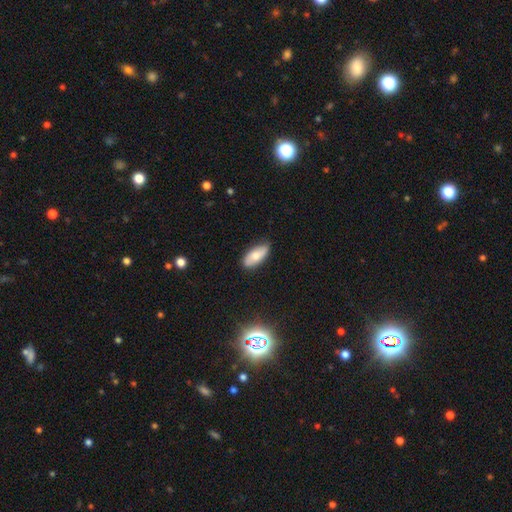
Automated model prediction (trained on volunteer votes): A smooth galaxy with no disk features (68%) that is in between round and cigar-shaped (85%). Merging: none (80%).